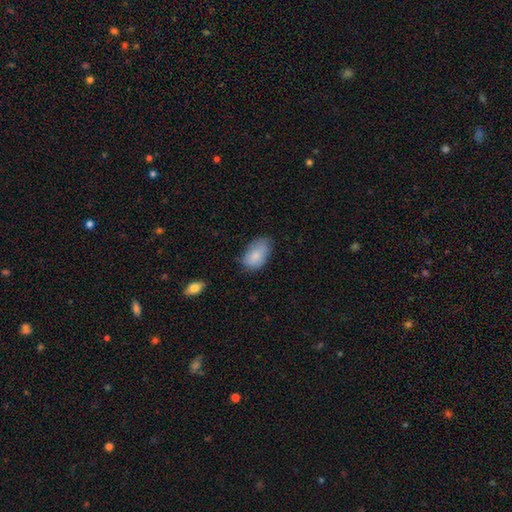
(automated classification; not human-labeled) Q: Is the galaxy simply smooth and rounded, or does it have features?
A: smooth — 83%.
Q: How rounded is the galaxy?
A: in between — 93%.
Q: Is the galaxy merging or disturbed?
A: none — 60%.